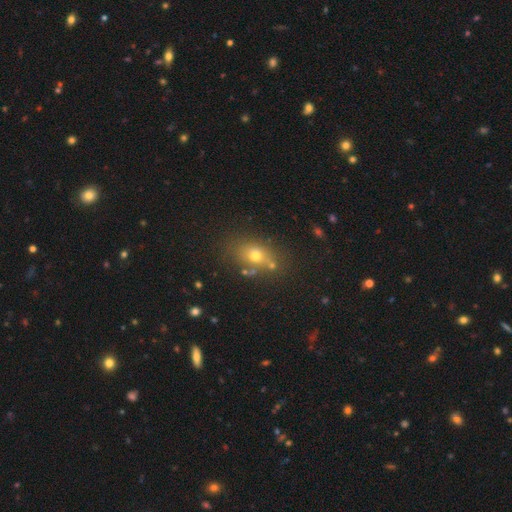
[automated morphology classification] type=smooth (59%); roundness=in between (54%); merging=none (69%).